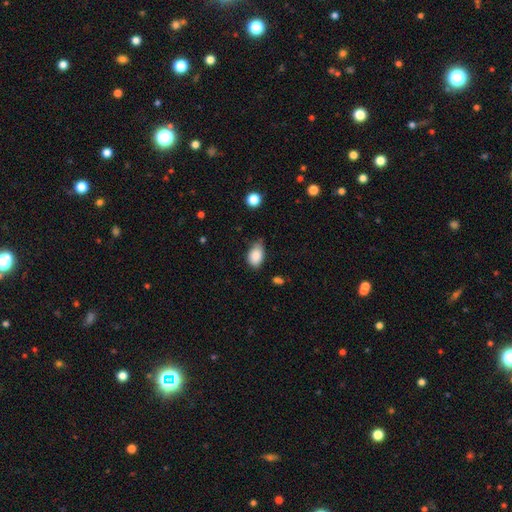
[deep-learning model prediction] This appears to be a smooth galaxy with no disk features (85%) that is in between round and cigar-shaped (88%). Merging: none (53%).